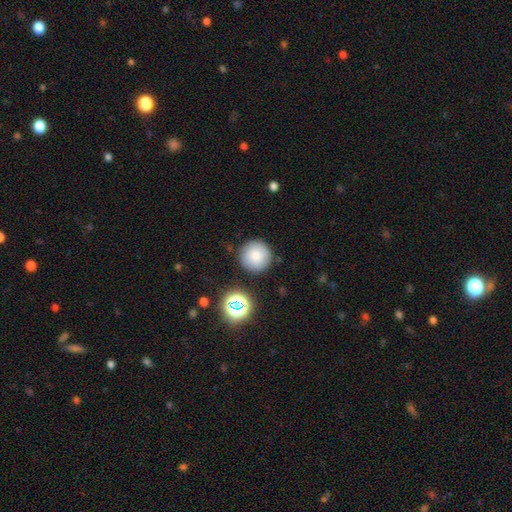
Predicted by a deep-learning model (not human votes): This is clearly a smooth galaxy (81%). How rounded: clearly round (96%). Merging: clearly none (86%).